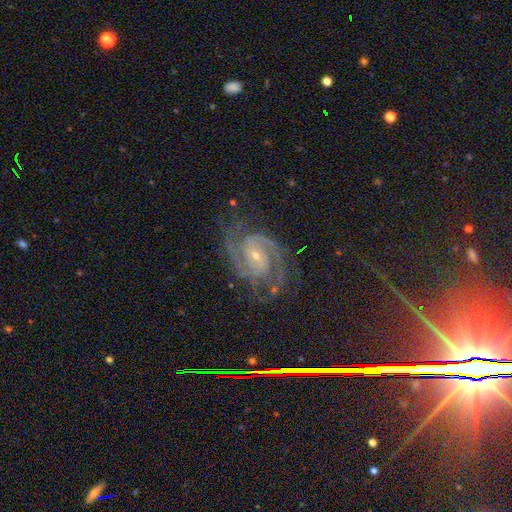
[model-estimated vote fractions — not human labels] A featured or disk galaxy (89%) with a weak bar (41%, tied with no), 2 (77%) medium (49%) spiral arms (99%) and a small central bulge (74%). Merging: none (73%).